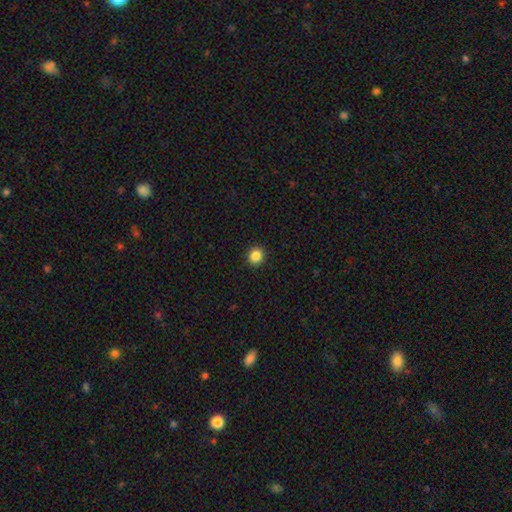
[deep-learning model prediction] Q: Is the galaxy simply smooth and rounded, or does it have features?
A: smooth — 86%.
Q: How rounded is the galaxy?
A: round — 91%.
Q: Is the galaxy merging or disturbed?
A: none — 93%.